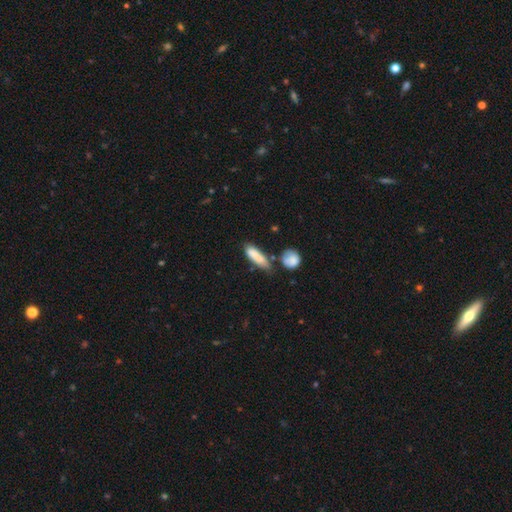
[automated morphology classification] The model was most divided on "how rounded": cigar-shaped: 56%, in between: 41%, round: 3%. More confident: smooth or featured — smooth (83%); merging — none (54%).